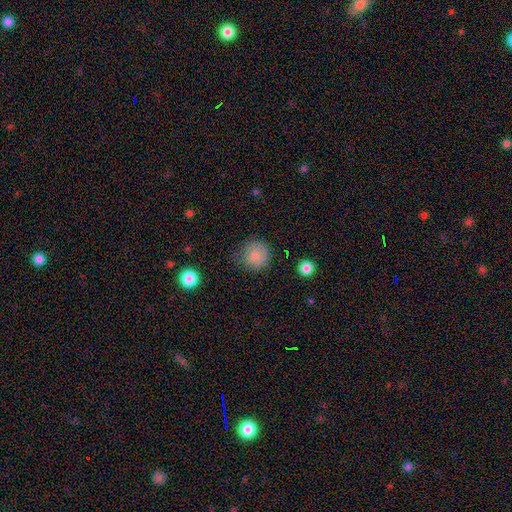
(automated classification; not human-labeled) Overall: smooth (84%). How rounded: round (91%). Merging: none (68%).